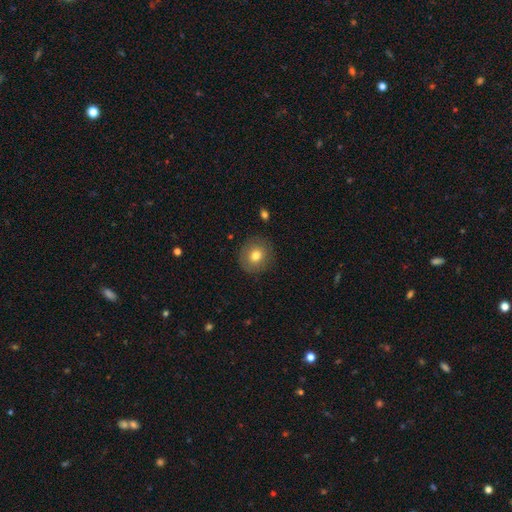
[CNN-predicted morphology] A smooth galaxy with no disk features (76%) that is round (88%).

Vote fractions:
- Smooth or featured? smooth: 76% / featured or disk: 15% / star or artifact: 9%
- How rounded? round: 88% / in between: 11% / cigar-shaped: 1%
- Merging? none: 87% / minor disturbance: 9% / major disturbance: 3% / merger: 1%